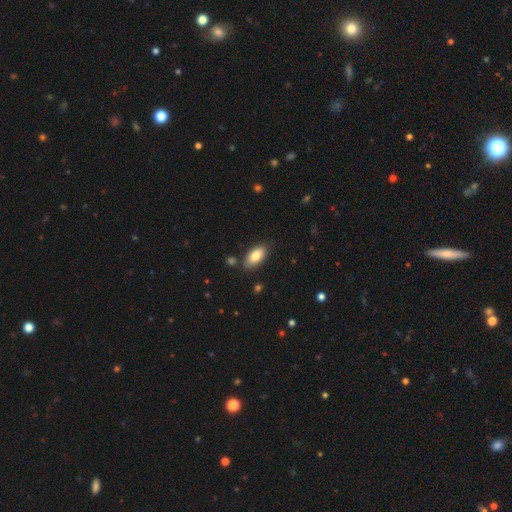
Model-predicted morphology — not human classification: The model was most divided on "merging": none: 82%, minor disturbance: 13%, merger: 3%, major disturbance: 2%. More confident: how rounded — in between (90%); smooth or featured — smooth (81%).